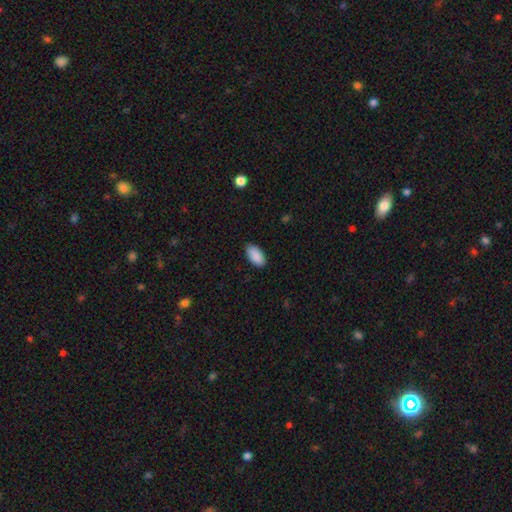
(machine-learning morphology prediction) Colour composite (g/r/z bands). It shows a smooth galaxy with no disk features (91%) that is in between round and cigar-shaped (94%). Merging: none (87%).